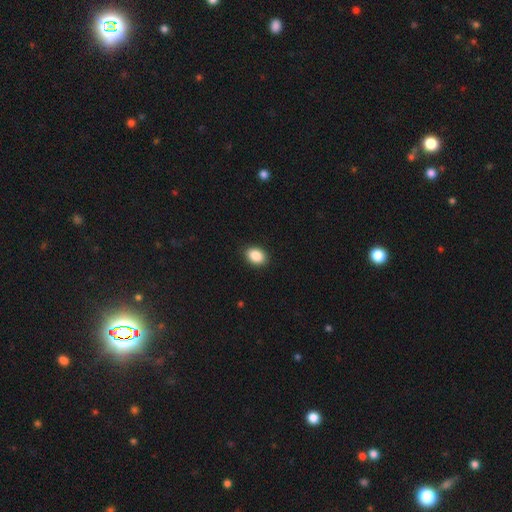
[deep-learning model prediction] Overall: smooth (88%). How rounded: in between (78%). Merging: none (90%).